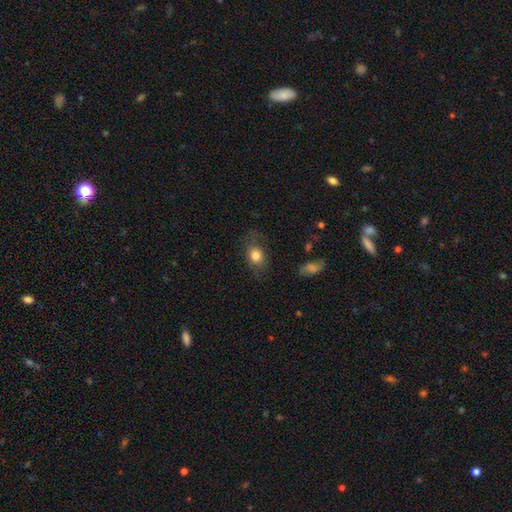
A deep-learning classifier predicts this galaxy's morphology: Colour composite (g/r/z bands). It shows a smooth galaxy with no disk features (79%) that is in between round and cigar-shaped (56%). Merging: none (70%).